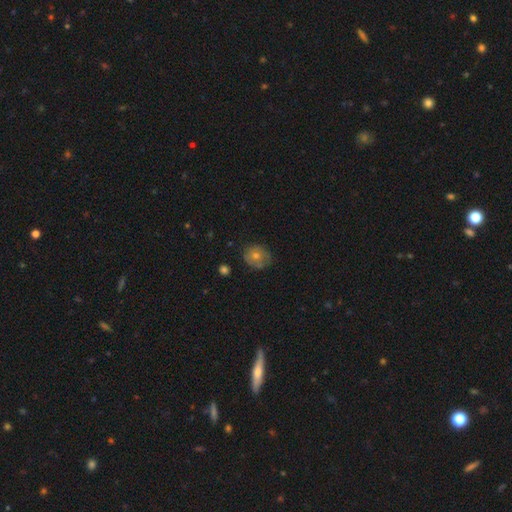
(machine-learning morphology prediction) Smooth or featured? Predicted: smooth (p=0.57). How rounded? Predicted: round (p=0.71). Merging? Predicted: none (p=0.73).